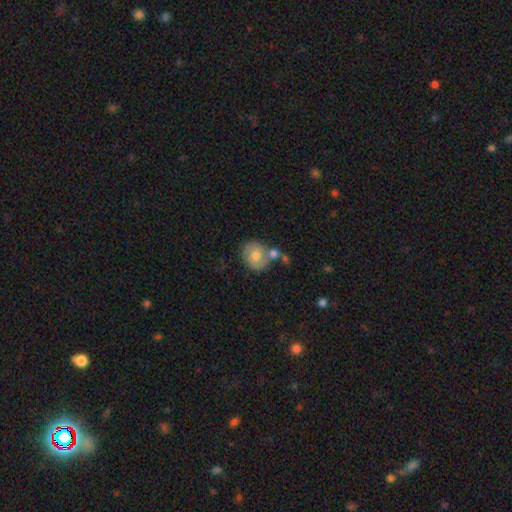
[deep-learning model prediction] This is possibly a smooth galaxy (60%). How rounded: likely round (64%). Merging: possibly none (48%).